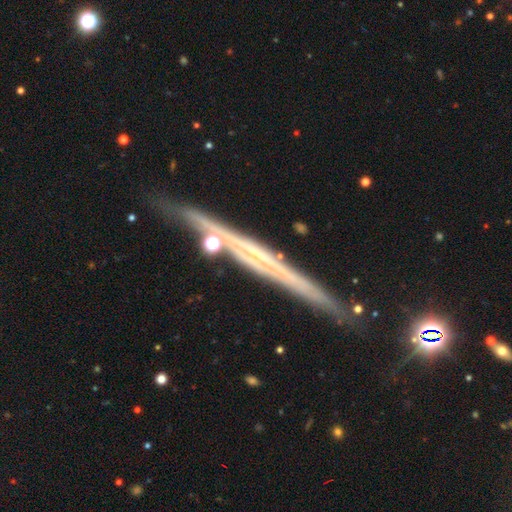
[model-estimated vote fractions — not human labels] Smooth or featured: featured or disk — 75% (smooth — 17%)
Edge-on disk: yes — 95% (no — 5%)
Edge-on bulge: none — 74% (rounded — 18%)
Merging: none — 82% (minor disturbance — 12%)